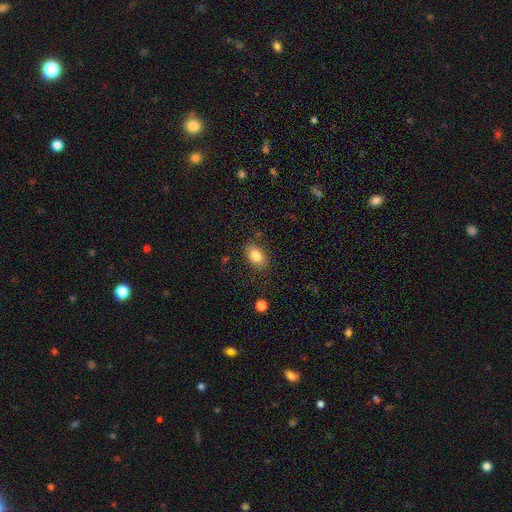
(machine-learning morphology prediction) The model was most divided on "merging": none: 82%, minor disturbance: 13%, major disturbance: 3%, merger: 2%. More confident: how rounded — in between (86%); smooth or featured — smooth (82%).